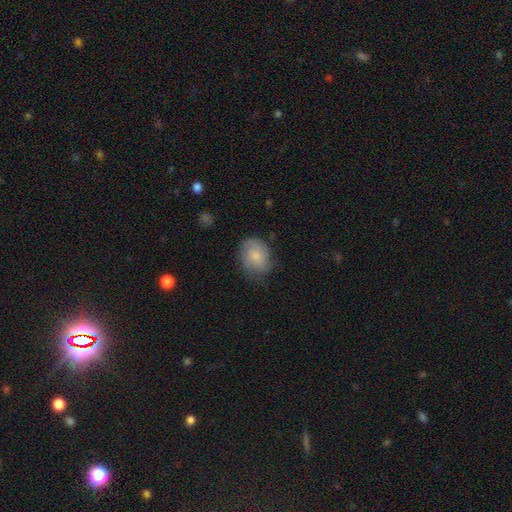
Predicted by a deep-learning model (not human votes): A smooth galaxy with no disk features (68%) that is in between round and cigar-shaped (52%). Merging: none (66%).